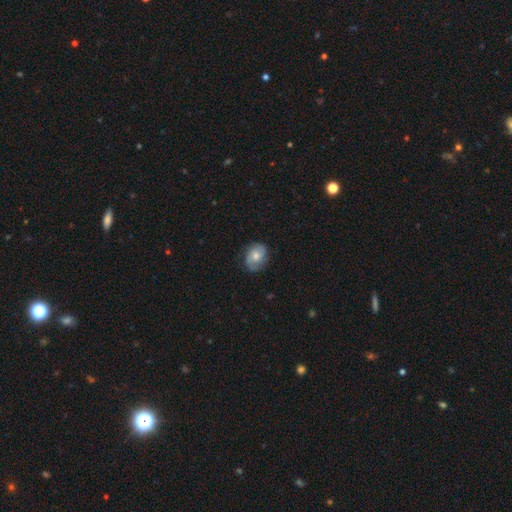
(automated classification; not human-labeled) Morphology: type=featured or disk (51%); edge-on=no (97%); merging=none (74%).